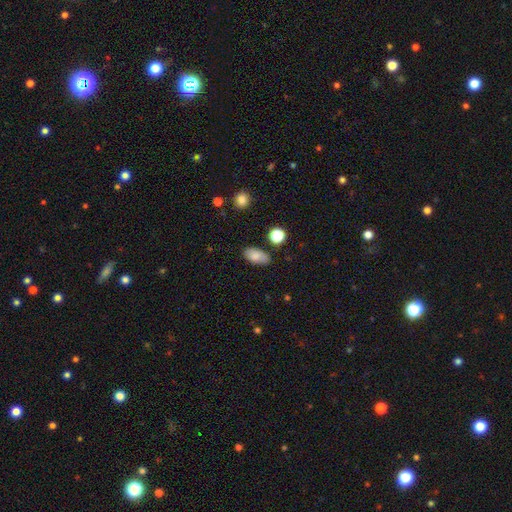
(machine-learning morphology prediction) A smooth galaxy with no disk features (81%) that is in between round and cigar-shaped (91%).

Vote fractions:
- Smooth or featured? smooth: 81% / featured or disk: 10% / star or artifact: 9%
- How rounded? in between: 91% / round: 5% / cigar-shaped: 4%
- Merging? none: 79% / minor disturbance: 15% / major disturbance: 3% / merger: 3%